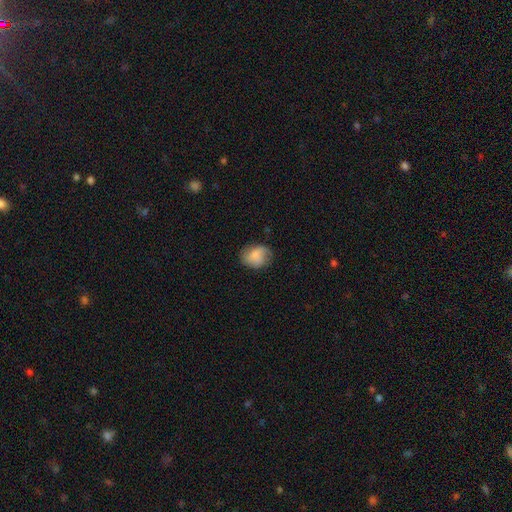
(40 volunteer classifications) smooth_or_featured: smooth (p=0.82) [alt: featured or disk p=0.15]
how_rounded: in between (p=0.61) [alt: round p=0.39]
merging: none (p=0.69) [alt: minor disturbance p=0.21]